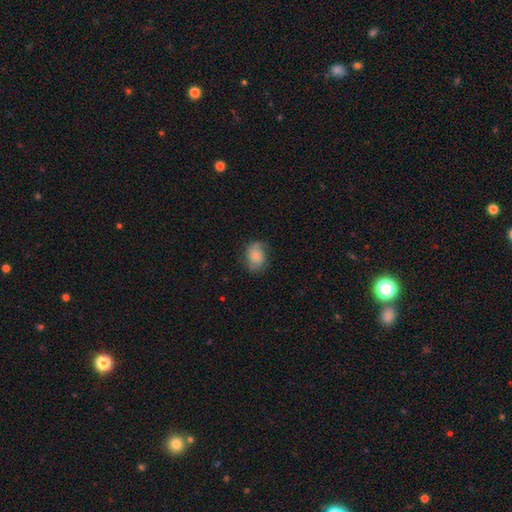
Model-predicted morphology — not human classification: smooth-or-featured: featured or disk: 54% | smooth: 38% | star or artifact: 8%
  disk-edge-on: no: 97% | yes: 3%
    bar: no: 75% | weak: 21% | strong: 4%
    has-spiral-arms: yes: 90% | no: 10%
    bulge-size: small: 53% | moderate: 30% | none: 10% | large: 5% | dominant: 2%
  merging: none: 70% | minor disturbance: 20% | major disturbance: 8% | merger: 1%